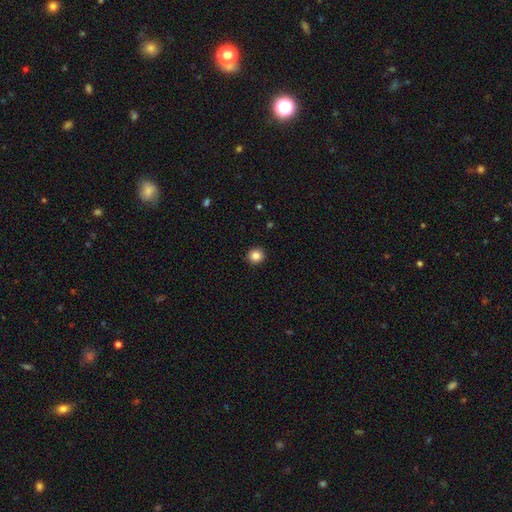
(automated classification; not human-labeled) Morphology: type=smooth (86%); roundness=round (92%); merging=none (93%).